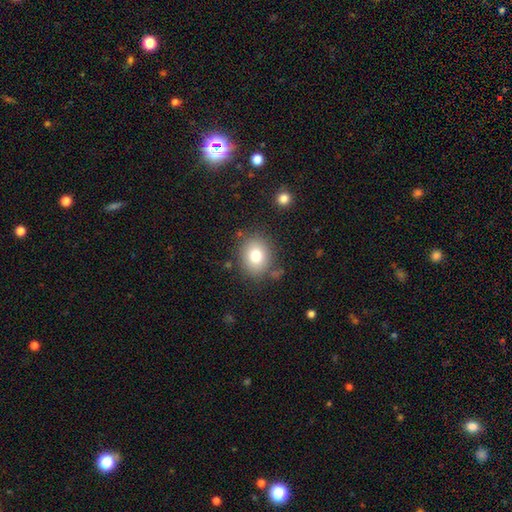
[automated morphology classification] Smooth or featured: smooth — 78% (featured or disk — 11%)
How rounded: round — 62% (in between — 37%)
Merging: none — 82% (minor disturbance — 11%)